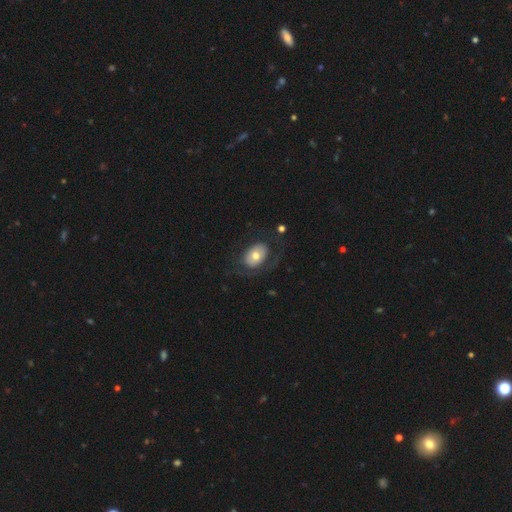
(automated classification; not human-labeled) A smooth galaxy with no disk features (62%) that is in between round and cigar-shaped (79%). Merging: none (66%).